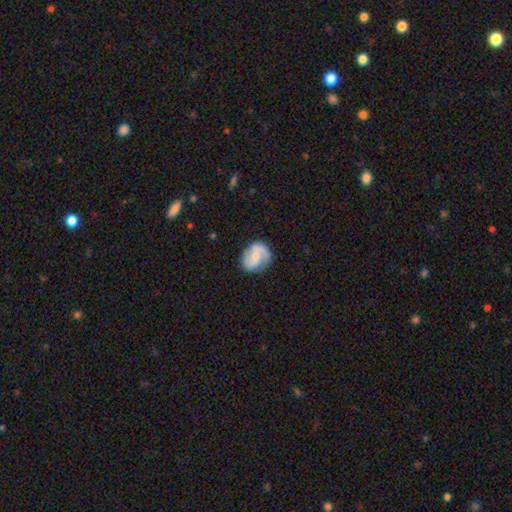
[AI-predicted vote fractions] Smooth or featured? featured or disk (67%)
Edge-on disk? no (98%)
Bar? no (45%)
Spiral arms? yes (91%)
Spiral winding? medium (45%)
Spiral arm count? 2 (85%)
Bulge size? small (55%)
Merging? none (75%)